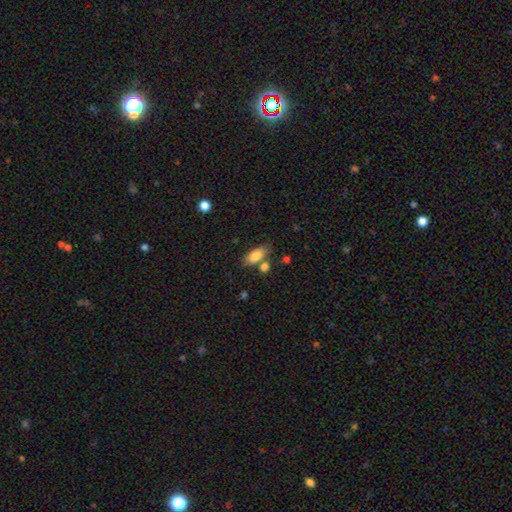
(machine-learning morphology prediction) smooth 83%, featured or disk 10%, star or artifact 7%. Down the decision tree: how rounded — in between (84%); merging — none (68%).